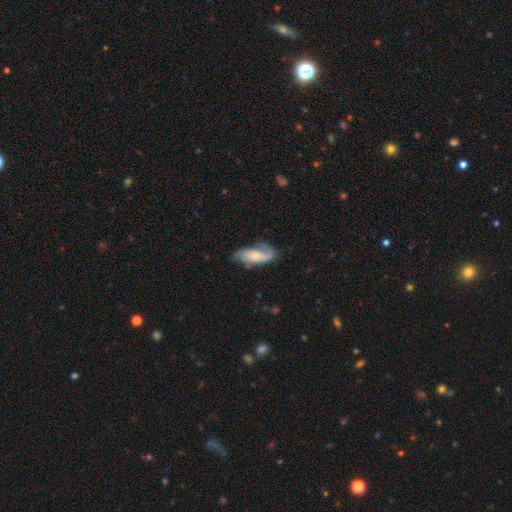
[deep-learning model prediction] featured or disk 57%, smooth 37%, star or artifact 7%. Down the decision tree: edge-on disk — no (91%); bar — no (64%); spiral arms — yes (88%); bulge size — small (46%); merging — none (57%).